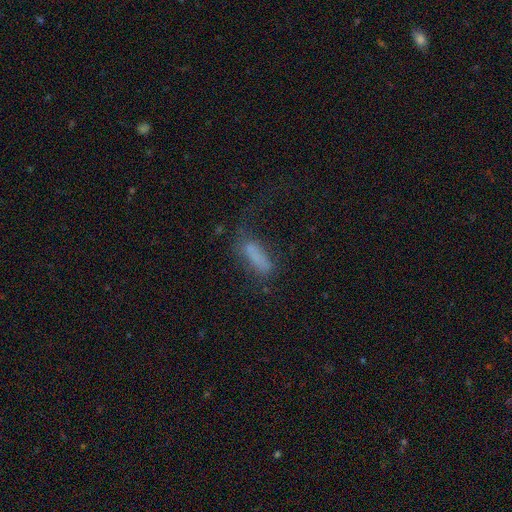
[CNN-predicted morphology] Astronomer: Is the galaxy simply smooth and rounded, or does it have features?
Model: smooth — 69%.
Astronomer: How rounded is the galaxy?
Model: cigar-shaped — 50% (runner-up: in between, 47%).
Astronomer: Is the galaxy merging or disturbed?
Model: none — 42% (runner-up: major disturbance, 30%).